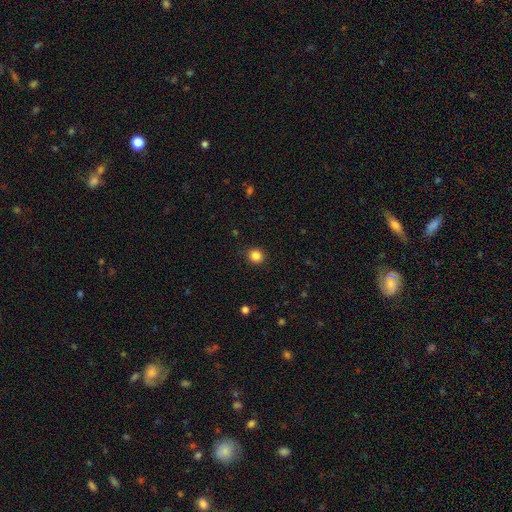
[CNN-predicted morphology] Smooth or featured?
  - smooth: 84% *
  - star or artifact: 12%
  - featured or disk: 4%
How rounded?
  - round: 88% *
  - in between: 11%
  - cigar-shaped: 1%
Merging?
  - none: 88% *
  - minor disturbance: 9%
  - major disturbance: 2%
  - merger: 1%